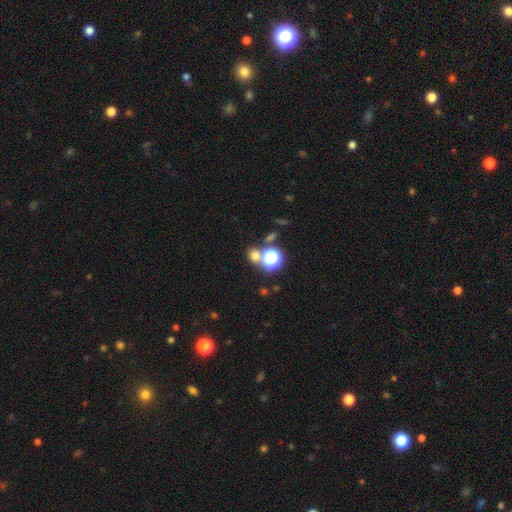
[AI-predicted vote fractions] Morphology: type=smooth (62%); roundness=round (74%); merging=none (65%).